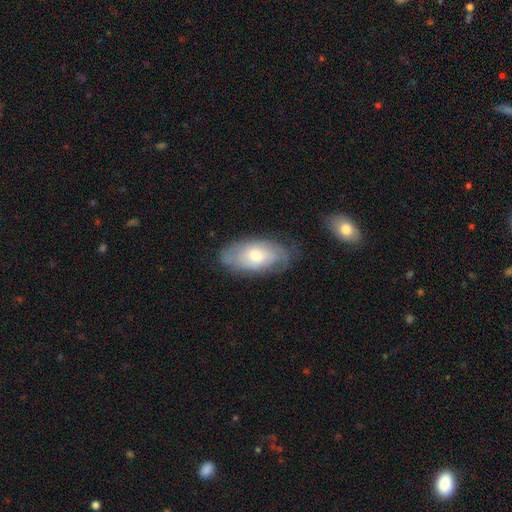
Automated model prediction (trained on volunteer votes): This is possibly a smooth galaxy (52%). How rounded: clearly in between (93%). Merging: likely none (69%).